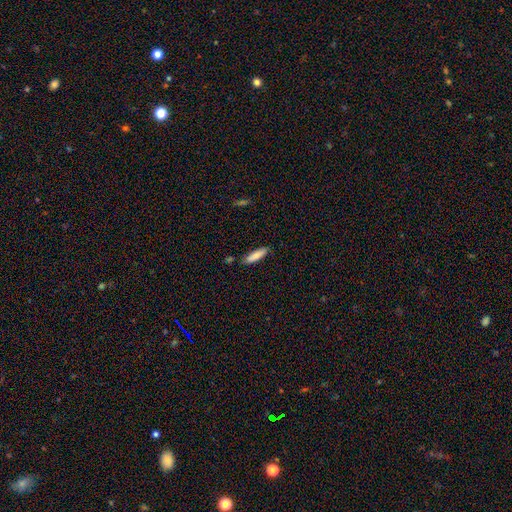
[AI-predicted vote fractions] smooth-or-featured: smooth: 80% | featured or disk: 14% | star or artifact: 6%
  how-rounded: cigar-shaped: 75% | in between: 24% | round: 1%
  merging: none: 83% | minor disturbance: 12% | merger: 3% | major disturbance: 2%